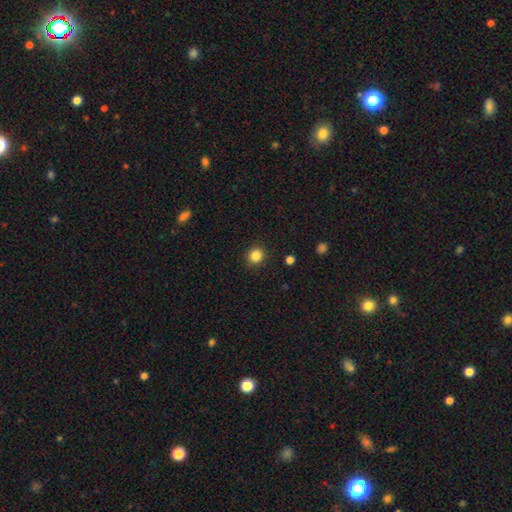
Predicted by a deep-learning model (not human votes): Smooth or featured? Predicted: smooth (p=0.85). How rounded? Predicted: round (p=0.91). Merging? Predicted: none (p=0.92).